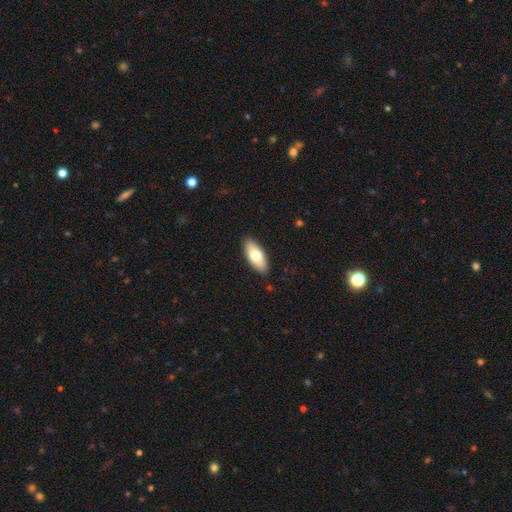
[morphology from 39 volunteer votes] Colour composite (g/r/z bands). It shows a smooth galaxy with no disk features (82%) that is in between round and cigar-shaped (84%). Merging: none (89%).